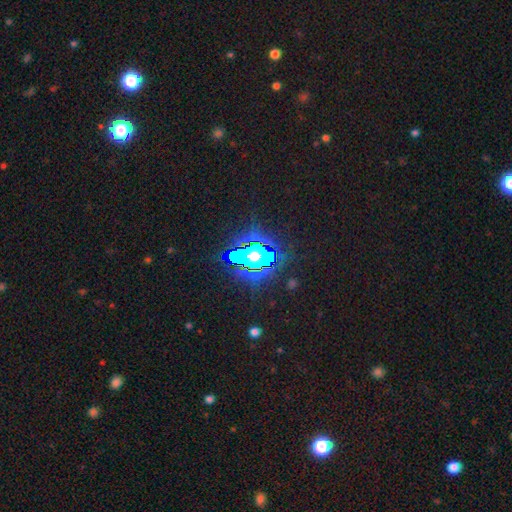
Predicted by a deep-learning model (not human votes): This appears to be a star or artifact, not a galaxy (57%).